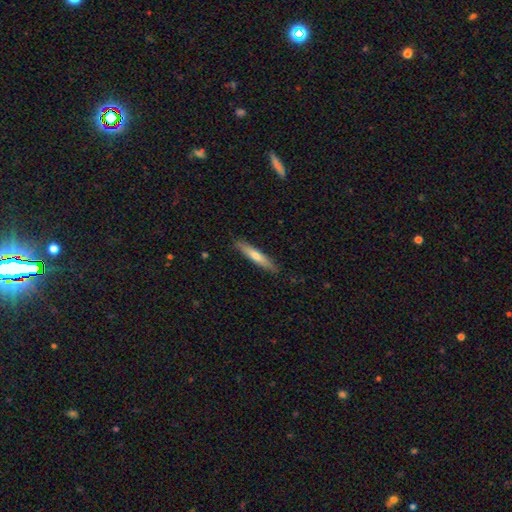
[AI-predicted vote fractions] Q: Smooth or featured?
A: smooth (54%); runner-up: featured or disk (40%)
Q: How rounded?
A: cigar-shaped (90%); runner-up: in between (8%)
Q: Merging?
A: none (88%); runner-up: minor disturbance (9%)